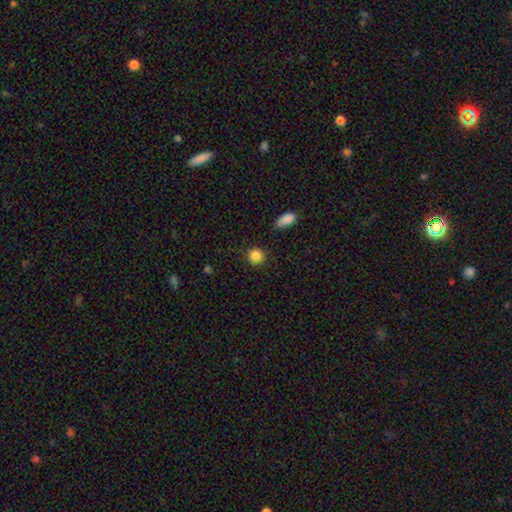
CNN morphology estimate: Q: Smooth or featured?
A: smooth (86%); runner-up: star or artifact (10%)
Q: How rounded?
A: round (92%); runner-up: in between (7%)
Q: Merging?
A: none (88%); runner-up: minor disturbance (8%)